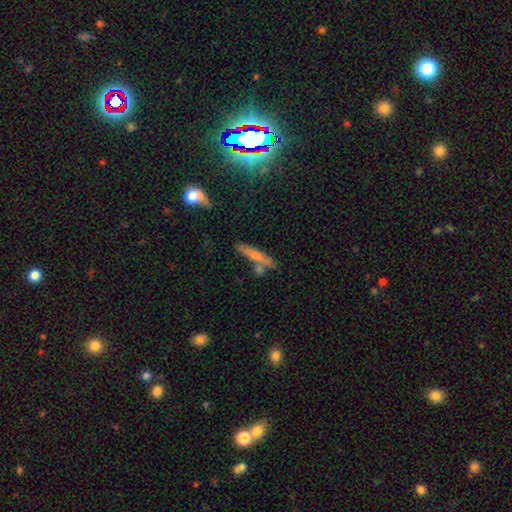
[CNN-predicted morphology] This is marginally a featured or disk galaxy (44%, tied with smooth). Merging: likely none (66%).